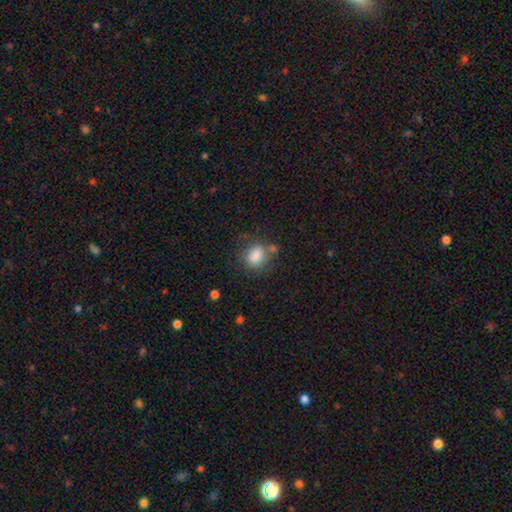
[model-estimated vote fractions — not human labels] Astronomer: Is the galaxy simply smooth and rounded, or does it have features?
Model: smooth — 84%.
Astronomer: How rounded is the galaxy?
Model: round — 50% (runner-up: in between, 49%).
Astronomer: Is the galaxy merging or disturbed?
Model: none — 59%.